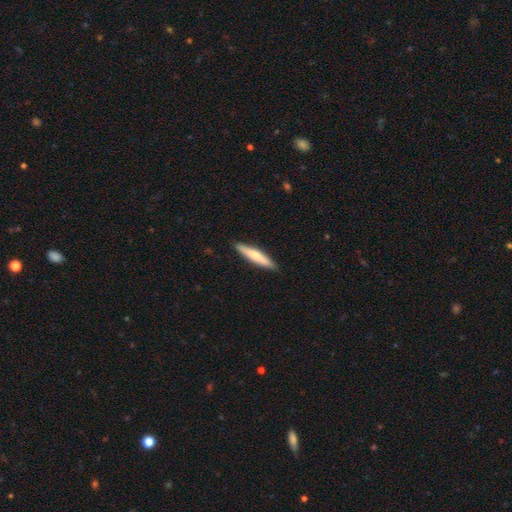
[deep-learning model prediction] Overall: smooth (69%). How rounded: cigar-shaped (89%). Merging: none (89%).